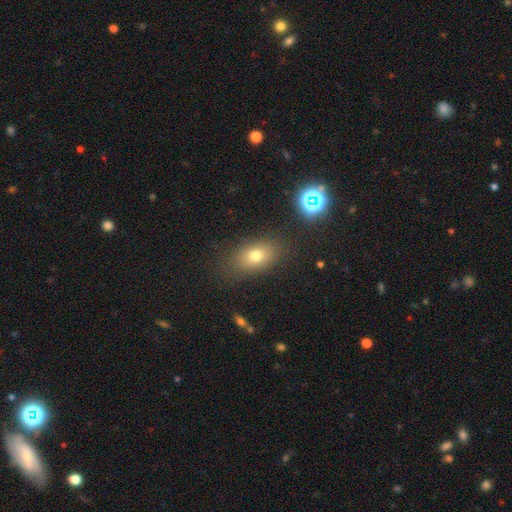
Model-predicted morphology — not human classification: Overall: smooth (72%). How rounded: in between (79%). Merging: none (81%).